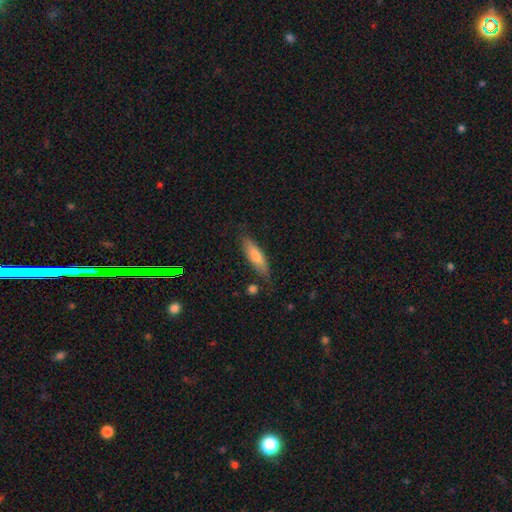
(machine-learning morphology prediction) The model was most divided on "how rounded": cigar-shaped: 66%, in between: 32%, round: 2%. More confident: merging — none (76%); smooth or featured — smooth (69%).